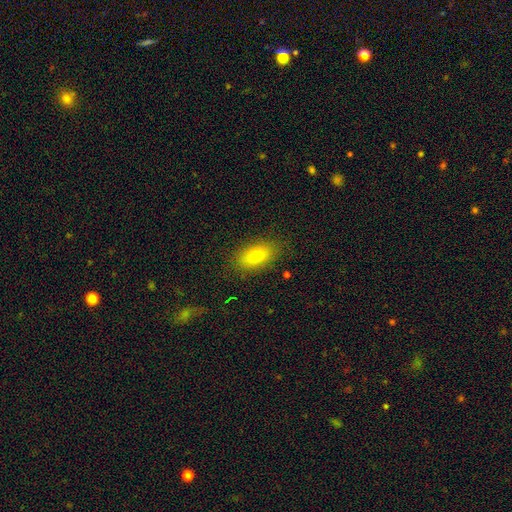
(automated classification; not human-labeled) A smooth galaxy with no disk features (76%) that is in between round and cigar-shaped (86%).

Vote fractions:
- Smooth or featured? smooth: 76% / featured or disk: 14% / star or artifact: 10%
- How rounded? in between: 86% / round: 11% / cigar-shaped: 4%
- Merging? none: 84% / minor disturbance: 11% / major disturbance: 3% / merger: 1%